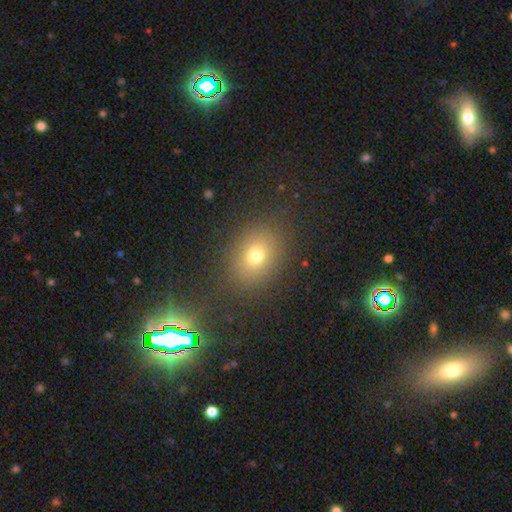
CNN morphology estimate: Overall: smooth (71%). How rounded: round (50%; in between 48%). Merging: none (83%).